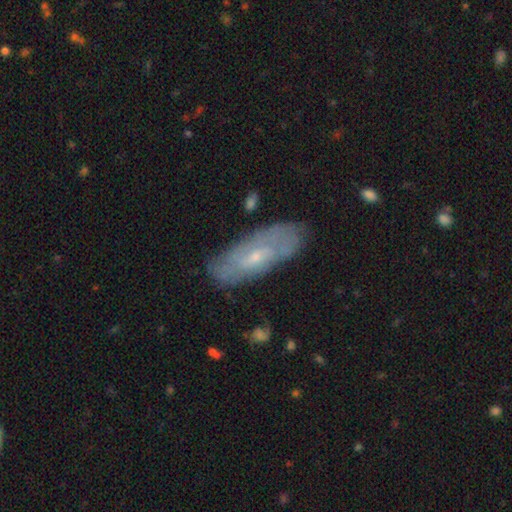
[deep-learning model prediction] This appears to be a featured or disk galaxy (58%). Merging: none (78%).